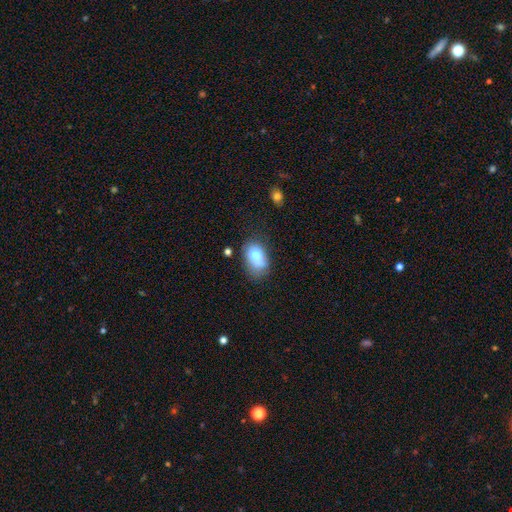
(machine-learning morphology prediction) smooth 73%, featured or disk 17%, star or artifact 9%. Down the decision tree: how rounded — in between (84%); merging — none (39%).